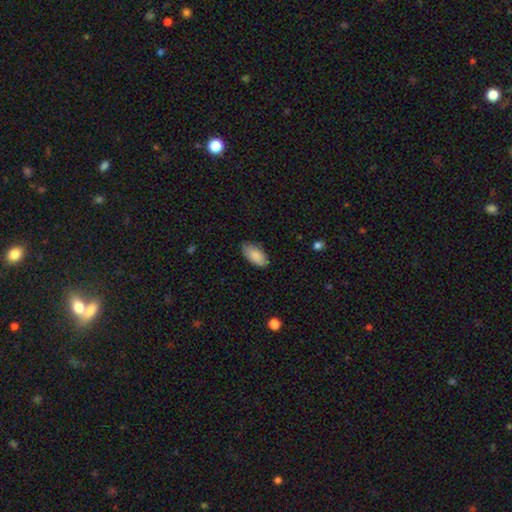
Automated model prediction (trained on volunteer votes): smooth-or-featured: smooth: 88% | star or artifact: 6% | featured or disk: 6%
  how-rounded: in between: 93% | cigar-shaped: 5% | round: 2%
  merging: none: 77% | minor disturbance: 18% | major disturbance: 3% | merger: 1%